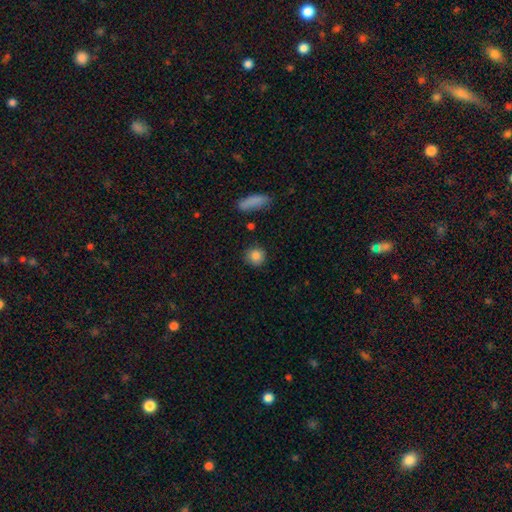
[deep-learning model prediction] Q: Smooth or featured?
A: smooth (85%); runner-up: star or artifact (9%)
Q: How rounded?
A: round (89%); runner-up: in between (9%)
Q: Merging?
A: none (86%); runner-up: minor disturbance (9%)